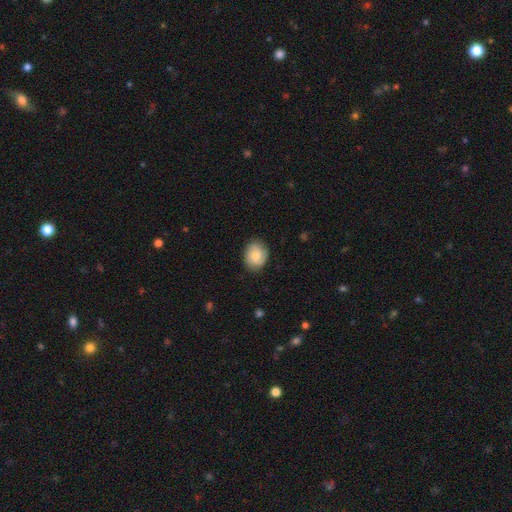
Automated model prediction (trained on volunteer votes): Smooth or featured?
  - smooth: 70% *
  - featured or disk: 23%
  - star or artifact: 7%
How rounded?
  - round: 59% *
  - in between: 40%
  - cigar-shaped: 1%
Merging?
  - none: 83% *
  - minor disturbance: 13%
  - major disturbance: 3%
  - merger: 1%